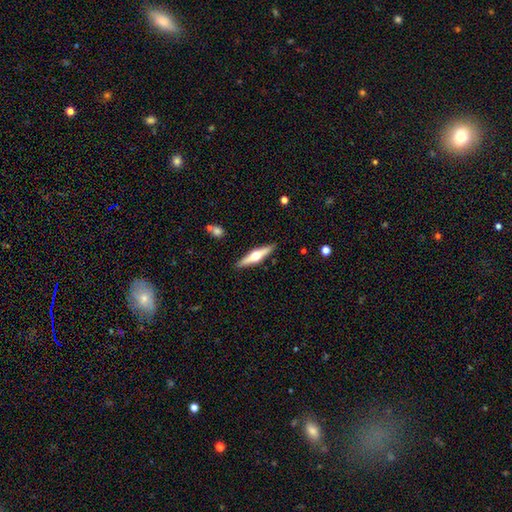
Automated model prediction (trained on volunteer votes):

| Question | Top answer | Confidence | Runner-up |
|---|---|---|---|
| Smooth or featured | featured or disk | 63% | smooth (31%) |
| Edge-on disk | yes | 96% | no (4%) |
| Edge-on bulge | rounded | 95% | boxy (3%) |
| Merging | none | 90% | minor disturbance (7%) |